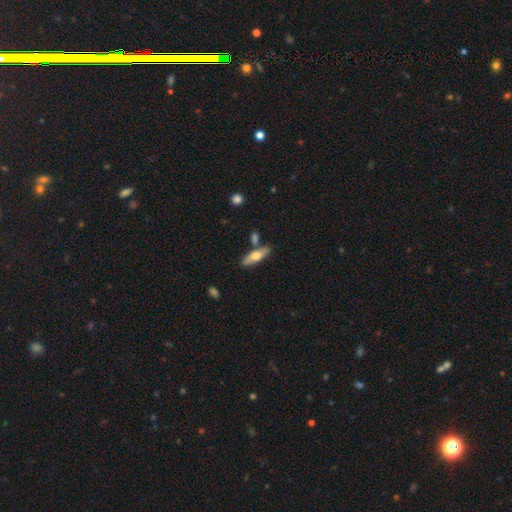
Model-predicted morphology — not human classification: Smooth or featured: smooth — 56% (featured or disk — 38%)
How rounded: cigar-shaped — 53% (in between — 45%)
Merging: none — 74% (minor disturbance — 12%)